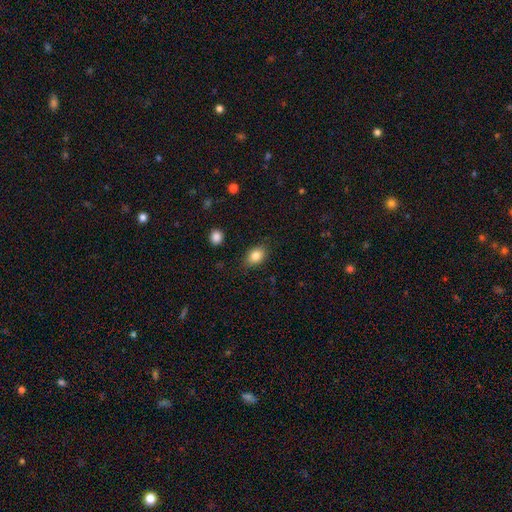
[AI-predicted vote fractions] smooth-or-featured: smooth: 85% | star or artifact: 8% | featured or disk: 6%
  how-rounded: in between: 80% | round: 19% | cigar-shaped: 1%
  merging: none: 81% | minor disturbance: 14% | major disturbance: 3% | merger: 1%